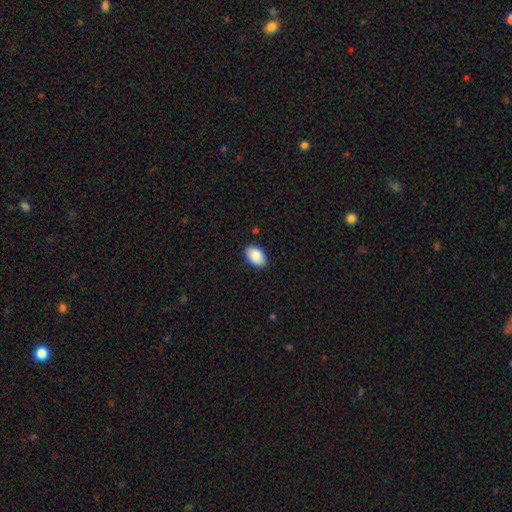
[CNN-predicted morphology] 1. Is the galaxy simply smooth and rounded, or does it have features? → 88% smooth, 6% star or artifact, 5% featured or disk.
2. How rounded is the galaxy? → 91% in between, 8% round, 1% cigar-shaped.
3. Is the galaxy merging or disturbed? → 87% none, 10% minor disturbance, 2% major disturbance, 1% merger.